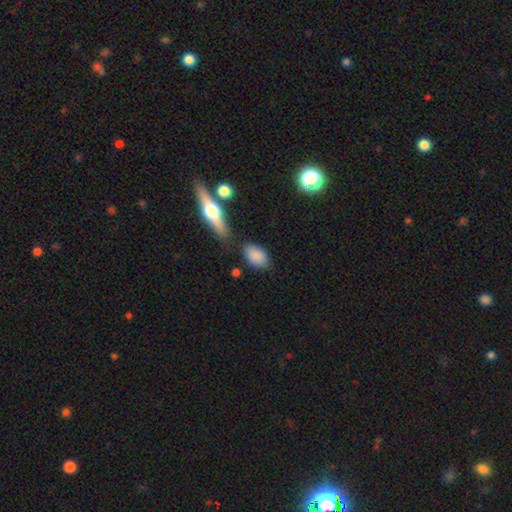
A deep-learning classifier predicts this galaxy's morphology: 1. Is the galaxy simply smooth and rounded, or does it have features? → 86% smooth, 7% featured or disk, 7% star or artifact.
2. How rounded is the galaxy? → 88% in between, 9% round, 3% cigar-shaped.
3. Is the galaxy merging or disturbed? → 72% none, 16% minor disturbance, 7% merger, 5% major disturbance.